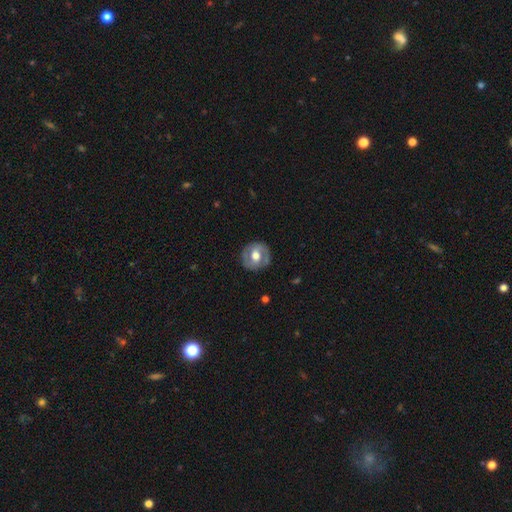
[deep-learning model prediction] Smooth or featured: featured or disk — 55% (smooth — 39%)
Edge-on disk: no — 96% (yes — 4%)
Bar: no — 49% (weak — 37%)
Spiral arms: no — 57% (yes — 43%)
Bulge size: moderate — 65% (large — 27%)
Merging: none — 83% (minor disturbance — 12%)